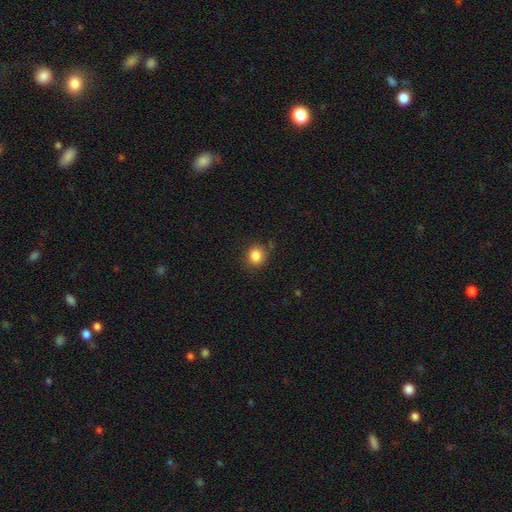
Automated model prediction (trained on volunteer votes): smooth_or_featured: smooth (p=0.84) [alt: star or artifact p=0.11]
how_rounded: round (p=0.82) [alt: in between p=0.17]
merging: none (p=0.81) [alt: minor disturbance p=0.13]